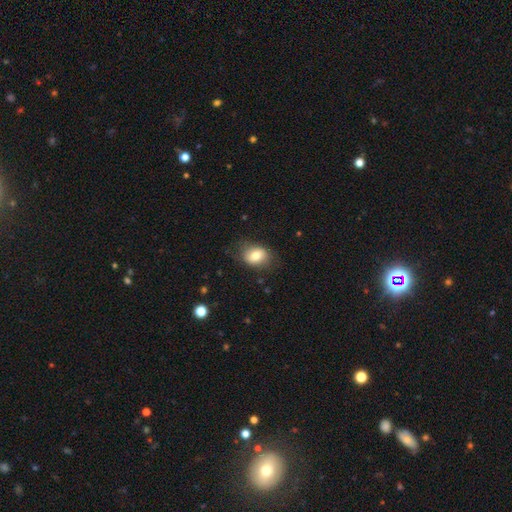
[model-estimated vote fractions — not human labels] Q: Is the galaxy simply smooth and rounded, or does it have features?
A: smooth — 77%.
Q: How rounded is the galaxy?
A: in between — 68%.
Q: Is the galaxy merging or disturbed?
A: none — 74%.